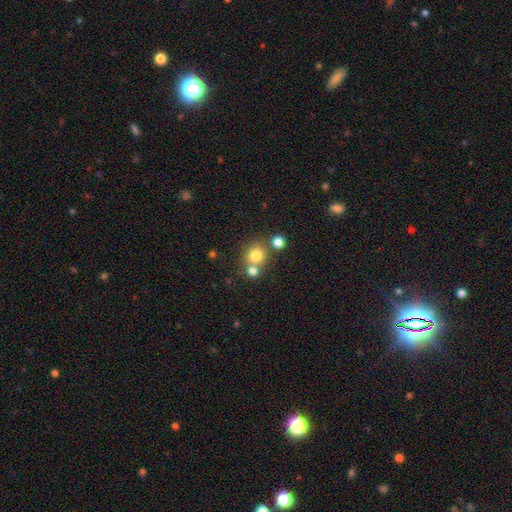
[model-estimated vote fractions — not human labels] smooth 76%, star or artifact 14%, featured or disk 10%. Down the decision tree: how rounded — round (87%); merging — none (60%).